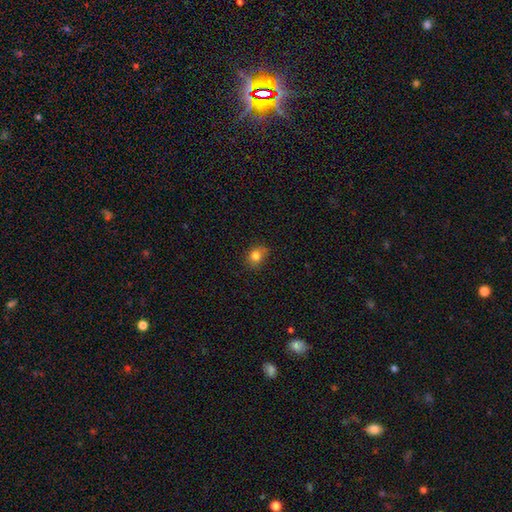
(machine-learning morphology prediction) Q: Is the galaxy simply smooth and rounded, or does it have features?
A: smooth — 81%.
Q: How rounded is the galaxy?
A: round — 60%.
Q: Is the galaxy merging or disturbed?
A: none — 80%.